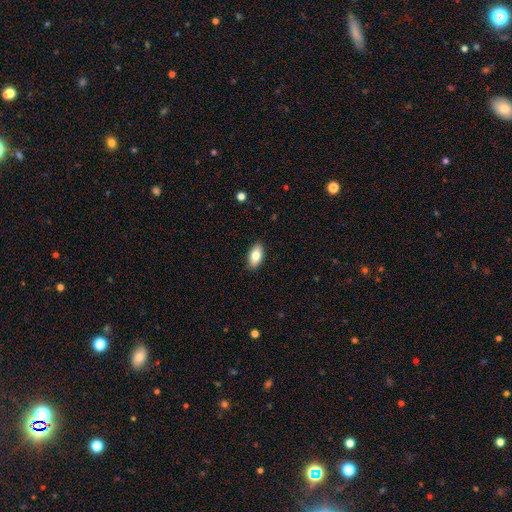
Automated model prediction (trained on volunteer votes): Morphology: type=smooth (81%); roundness=in between (92%); merging=none (89%).